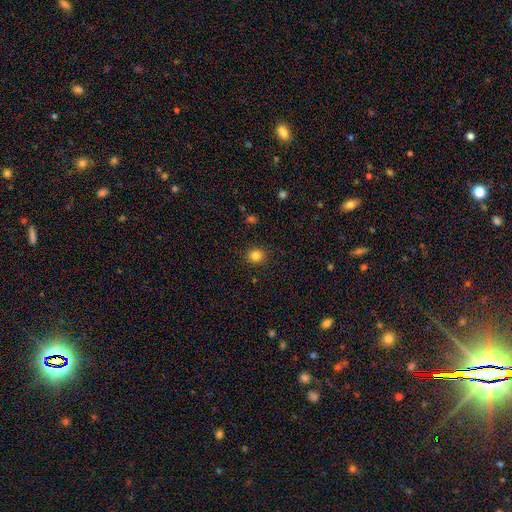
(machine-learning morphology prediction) smooth_or_featured: smooth (p=0.83) [alt: star or artifact p=0.12]
how_rounded: round (p=0.82) [alt: in between p=0.17]
merging: none (p=0.90) [alt: minor disturbance p=0.07]